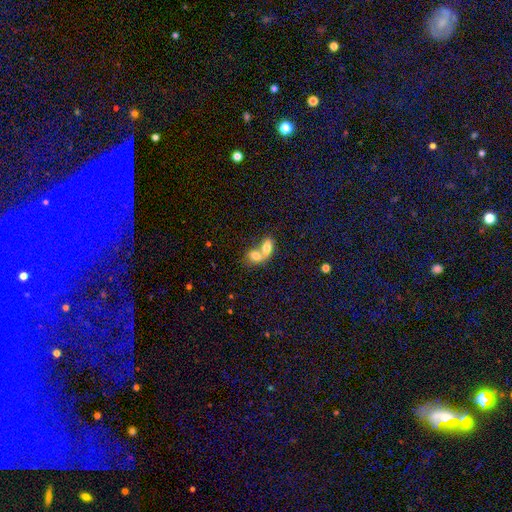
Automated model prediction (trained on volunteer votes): Morphology: type=smooth (74%); roundness=in between (81%); merging=merger (79%).